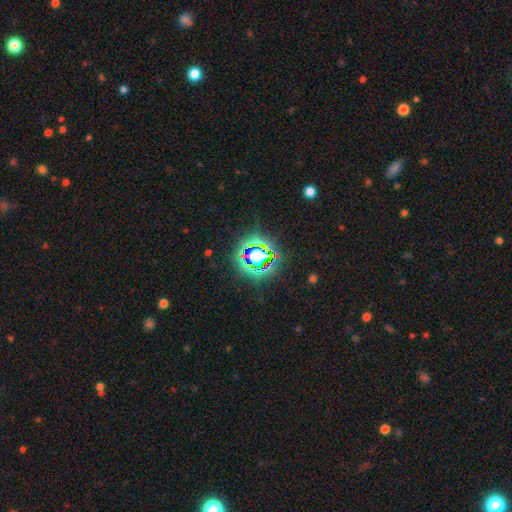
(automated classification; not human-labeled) Morphology: type=star or artifact (68%).